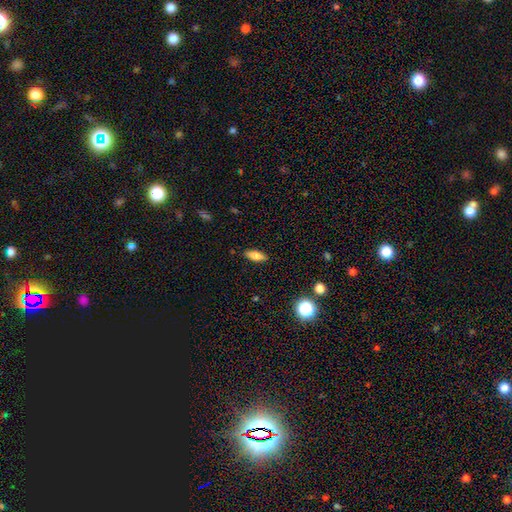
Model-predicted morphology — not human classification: This is likely a smooth galaxy (70%). How rounded: likely in between (65%). Merging: clearly none (88%).